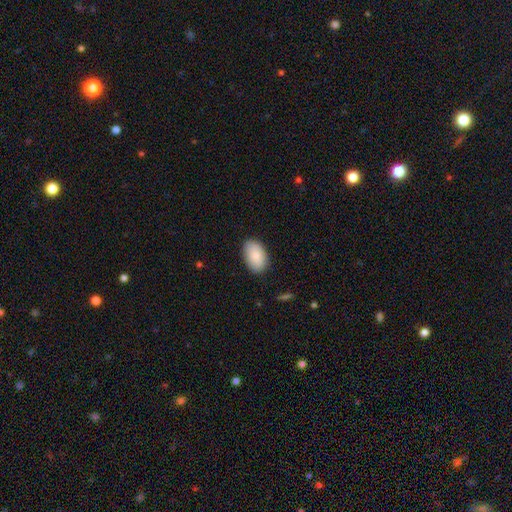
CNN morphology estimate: A smooth galaxy with no disk features (86%) that is in between round and cigar-shaped (93%).

Vote fractions:
- Smooth or featured? smooth: 86% / featured or disk: 8% / star or artifact: 6%
- How rounded? in between: 93% / round: 6% / cigar-shaped: 1%
- Merging? none: 86% / minor disturbance: 10% / major disturbance: 2% / merger: 1%